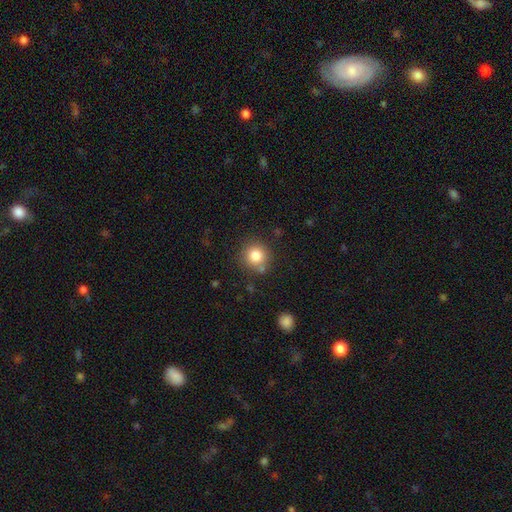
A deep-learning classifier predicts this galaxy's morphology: This is clearly a smooth galaxy (83%). How rounded: clearly round (92%). Merging: clearly none (80%).